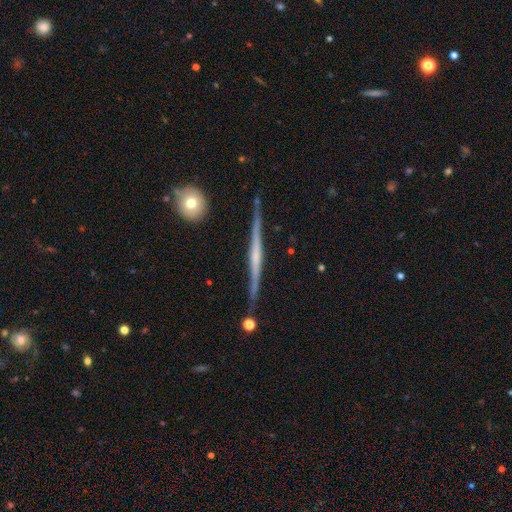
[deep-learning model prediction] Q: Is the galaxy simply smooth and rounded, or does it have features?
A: featured or disk — 81%.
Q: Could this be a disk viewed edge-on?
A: yes — 98%.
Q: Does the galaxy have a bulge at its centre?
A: none — 44%.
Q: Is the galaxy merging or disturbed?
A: none — 85%.